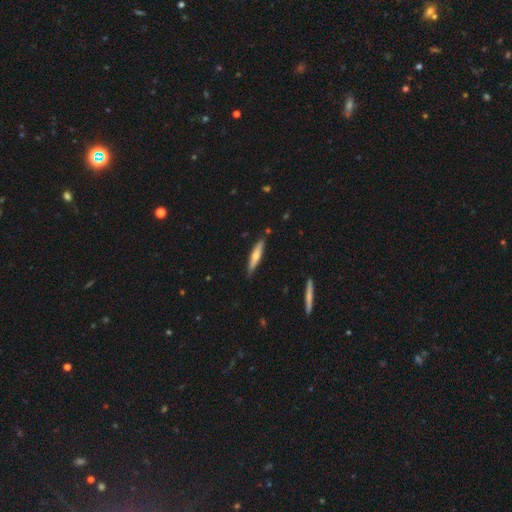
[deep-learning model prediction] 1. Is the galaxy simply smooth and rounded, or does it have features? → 50% smooth, 44% featured or disk, 6% star or artifact.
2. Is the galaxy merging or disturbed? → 85% none, 11% minor disturbance, 2% merger, 2% major disturbance.